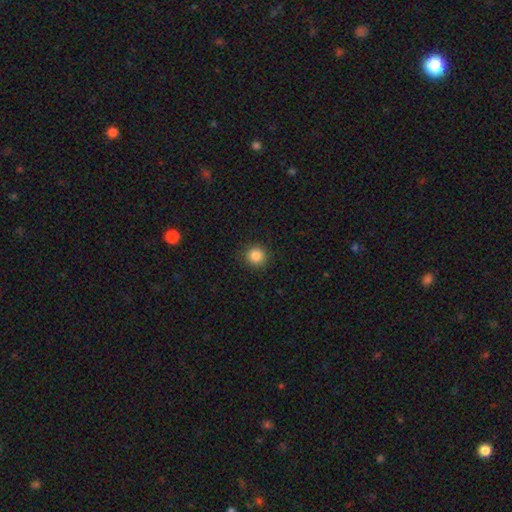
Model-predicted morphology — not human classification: Smooth or featured: smooth — 85% (star or artifact — 11%)
How rounded: round — 93% (in between — 6%)
Merging: none — 91% (minor disturbance — 6%)